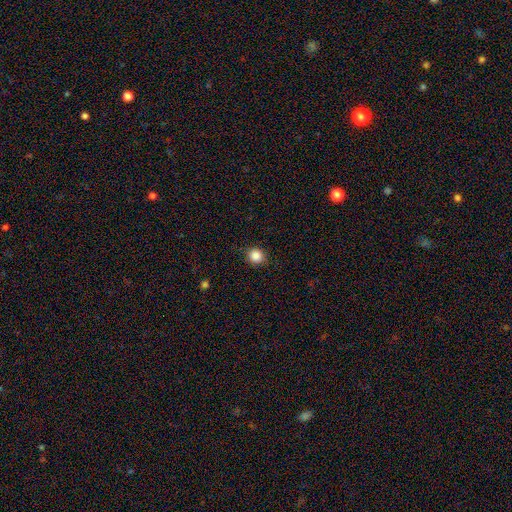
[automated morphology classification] Smooth or featured? Predicted: smooth (p=0.86). How rounded? Predicted: round (p=0.91). Merging? Predicted: none (p=0.88).